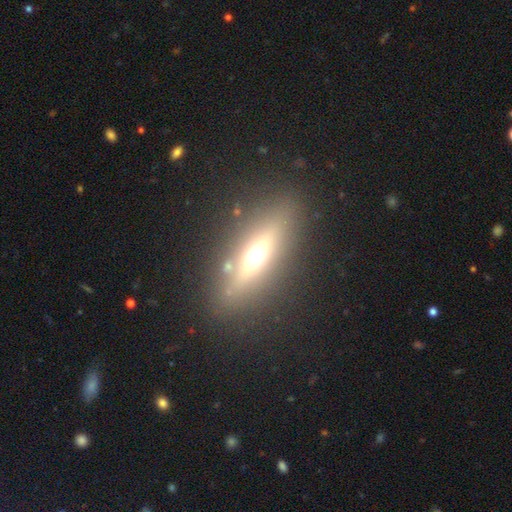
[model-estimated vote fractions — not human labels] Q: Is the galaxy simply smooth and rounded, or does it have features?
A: featured or disk — 53%.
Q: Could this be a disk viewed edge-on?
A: yes — 83%.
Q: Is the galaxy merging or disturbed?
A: none — 84%.